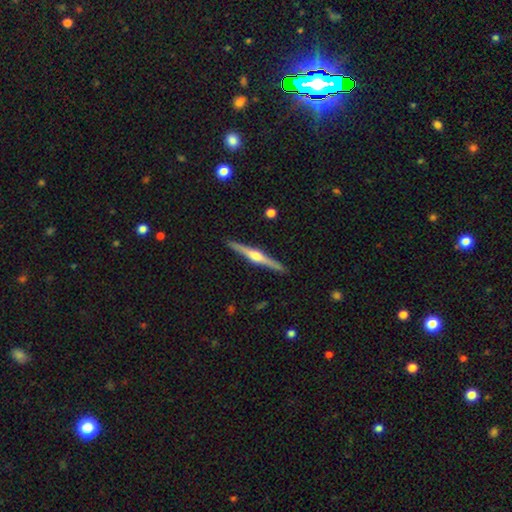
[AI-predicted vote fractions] Morphology: type=featured or disk (79%); edge-on=yes (98%); edge-on bulge=rounded (93%); merging=none (92%).